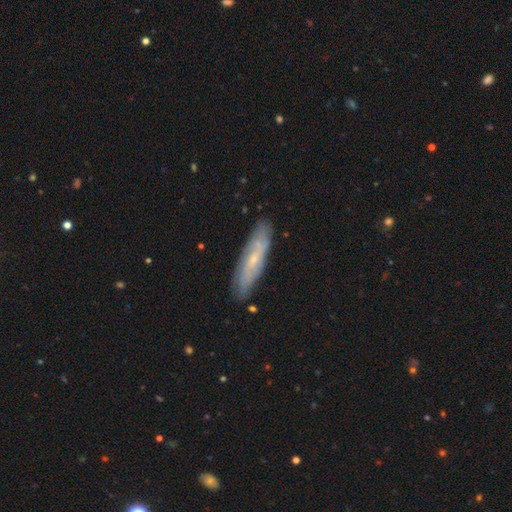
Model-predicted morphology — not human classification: This appears to be a featured or disk galaxy (48%). Merging: none (86%).